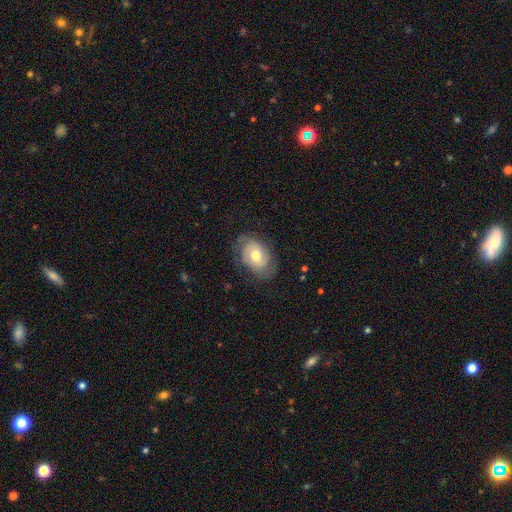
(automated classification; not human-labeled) Smooth or featured? Predicted: featured or disk (p=0.55). Edge-on disk? Predicted: no (p=0.95). Bar? Predicted: no (p=0.71). Spiral arms? Predicted: yes (p=0.75). Bulge size? Predicted: moderate (p=0.75). Merging? Predicted: none (p=0.68).